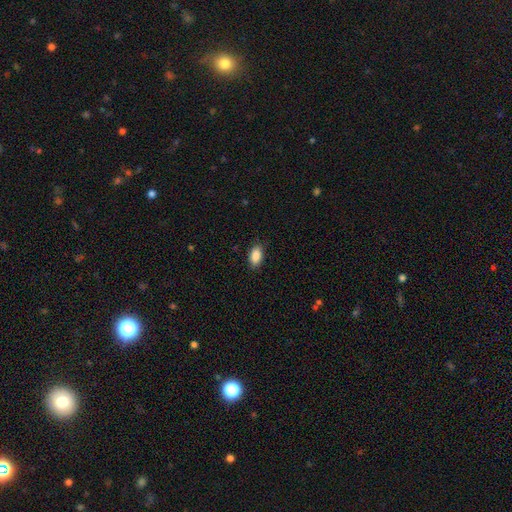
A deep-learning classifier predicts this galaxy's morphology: smooth 89%, star or artifact 7%, featured or disk 4%. Down the decision tree: how rounded — in between (92%); merging — none (87%).